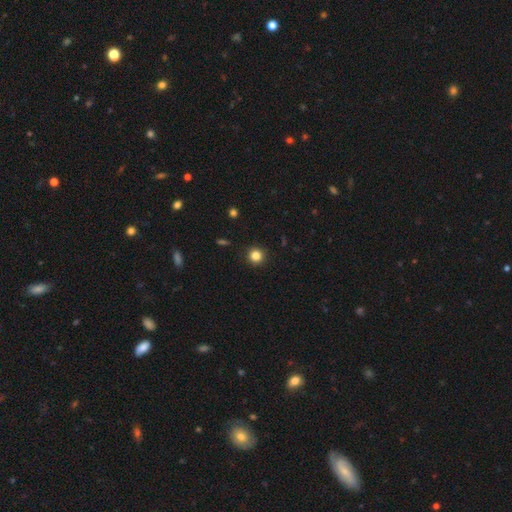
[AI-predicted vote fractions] Smooth or featured? Predicted: smooth (p=0.83). How rounded? Predicted: round (p=0.94). Merging? Predicted: none (p=0.92).